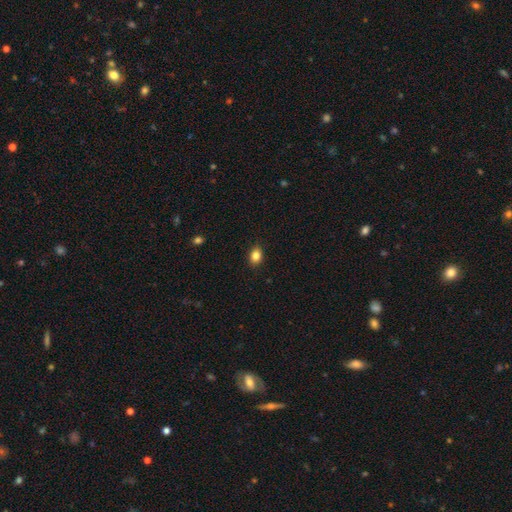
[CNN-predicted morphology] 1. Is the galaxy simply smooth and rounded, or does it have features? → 84% smooth, 10% star or artifact, 6% featured or disk.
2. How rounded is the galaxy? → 70% in between, 29% round, 1% cigar-shaped.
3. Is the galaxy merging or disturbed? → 89% none, 8% minor disturbance, 2% major disturbance, 1% merger.